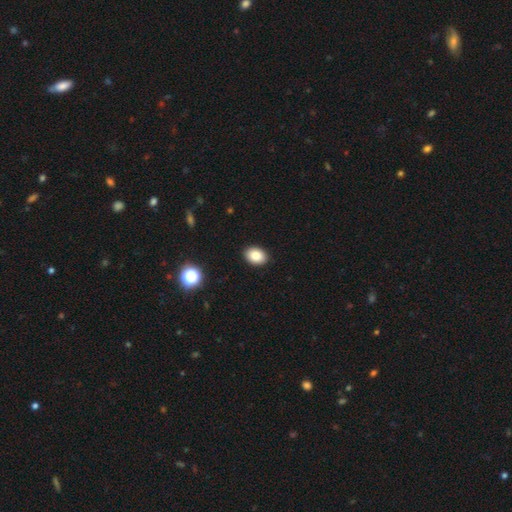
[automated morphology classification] type=smooth (85%); roundness=in between (76%); merging=none (91%).